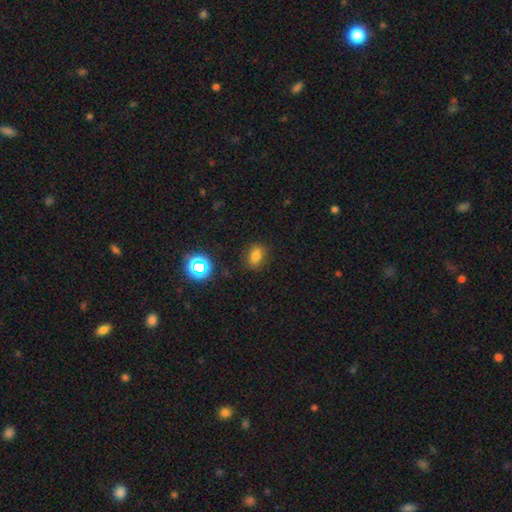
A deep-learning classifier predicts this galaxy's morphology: This is likely a smooth galaxy (74%). How rounded: likely in between (72%). Merging: clearly none (83%).